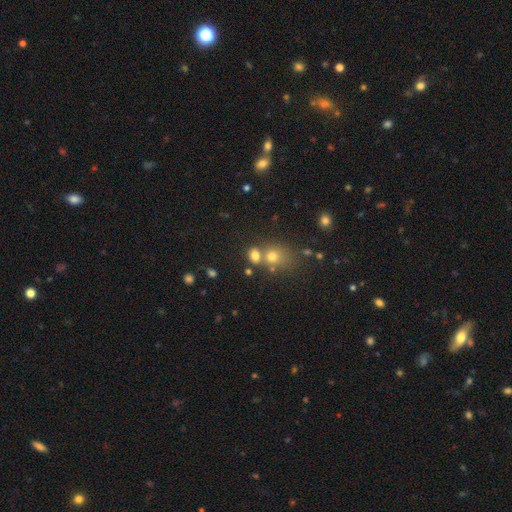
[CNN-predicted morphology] smooth 69%, star or artifact 19%, featured or disk 12%. Down the decision tree: how rounded — round (60%); merging — none (44%).